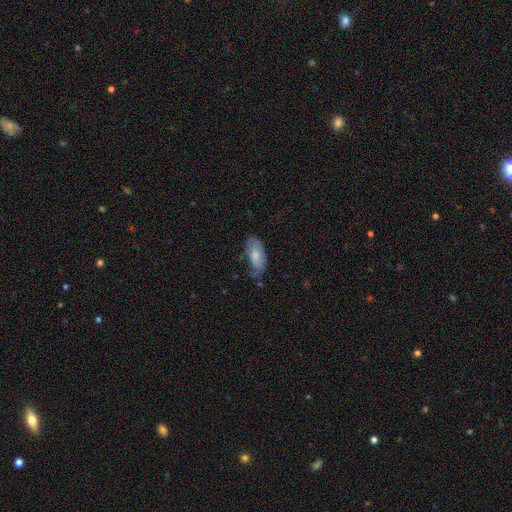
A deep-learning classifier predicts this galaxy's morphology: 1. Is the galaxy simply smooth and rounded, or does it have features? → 70% smooth, 24% featured or disk, 6% star or artifact.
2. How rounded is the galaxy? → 88% in between, 9% cigar-shaped, 2% round.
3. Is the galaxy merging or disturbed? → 54% none, 33% minor disturbance, 10% major disturbance, 3% merger.